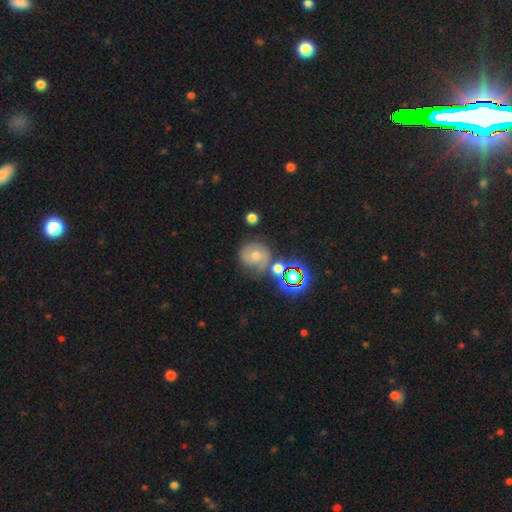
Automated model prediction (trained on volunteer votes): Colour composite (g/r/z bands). It shows a featured or disk galaxy (38%). Merging: none (64%).